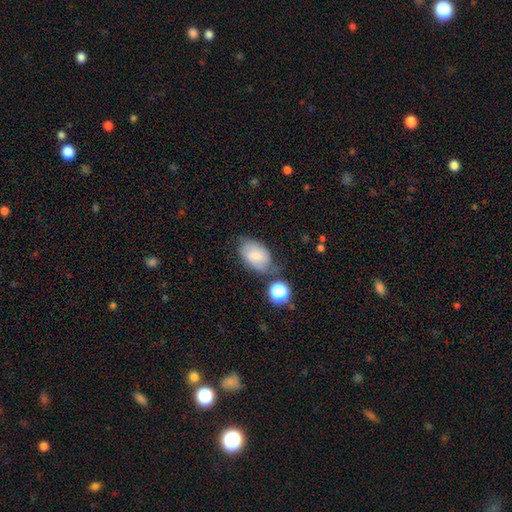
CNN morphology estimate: This is likely a smooth galaxy (67%). How rounded: clearly in between (87%). Merging: possibly none (54%).